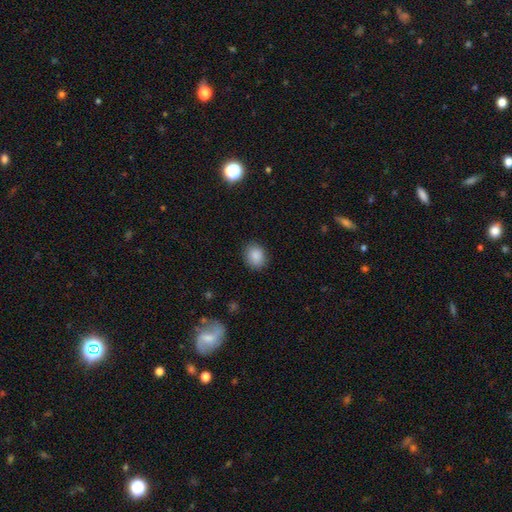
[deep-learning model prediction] A smooth galaxy with no disk features (87%) that is round (57%). Merging: none (87%).